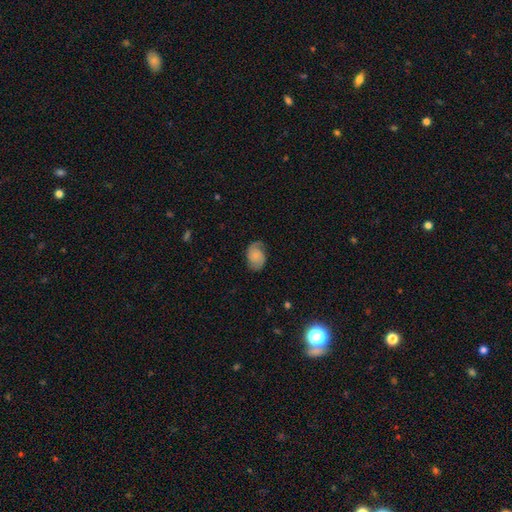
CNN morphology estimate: The model was most divided on "smooth or featured": featured or disk: 46%, smooth: 45%, star or artifact: 9%. More confident: merging — none (67%).